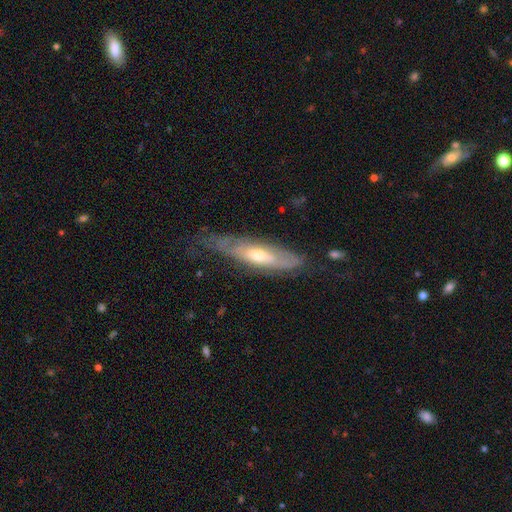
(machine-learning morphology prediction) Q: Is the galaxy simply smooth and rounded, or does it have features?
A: featured or disk — 67%.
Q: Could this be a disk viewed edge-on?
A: no — 56%.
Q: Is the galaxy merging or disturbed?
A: none — 58%.